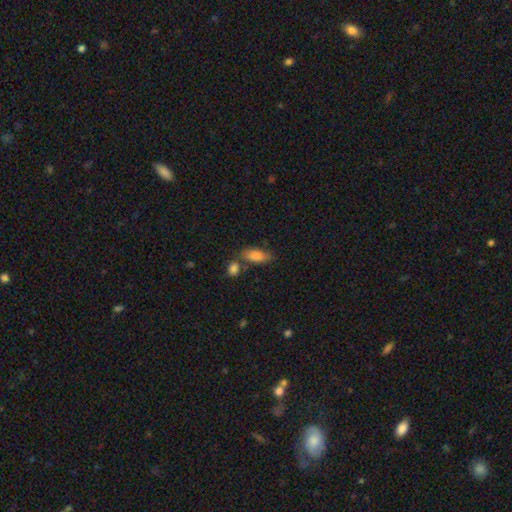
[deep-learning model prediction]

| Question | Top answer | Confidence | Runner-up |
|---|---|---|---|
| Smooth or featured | smooth | 82% | featured or disk (11%) |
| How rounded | in between | 79% | cigar-shaped (18%) |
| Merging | none | 63% | merger (16%) |